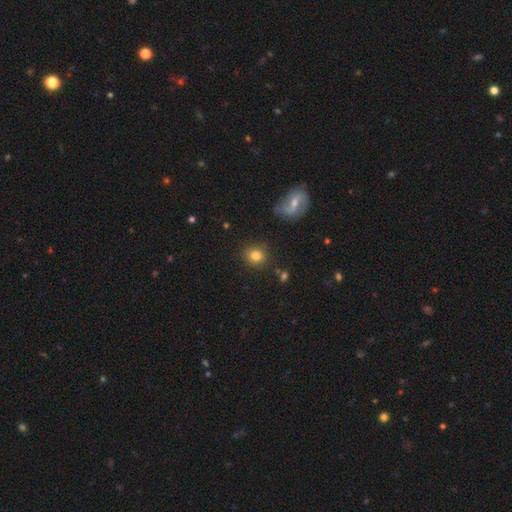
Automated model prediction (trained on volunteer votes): A smooth galaxy with no disk features (81%) that is round (81%). Merging: none (84%).